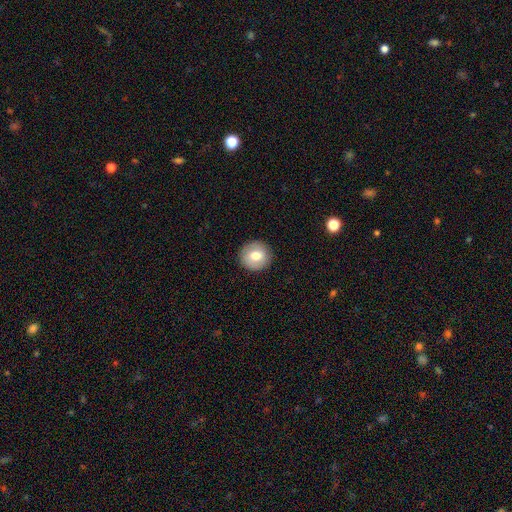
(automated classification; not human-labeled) Smooth or featured: smooth — 72% (featured or disk — 21%)
How rounded: round — 92% (in between — 7%)
Merging: none — 91% (minor disturbance — 6%)